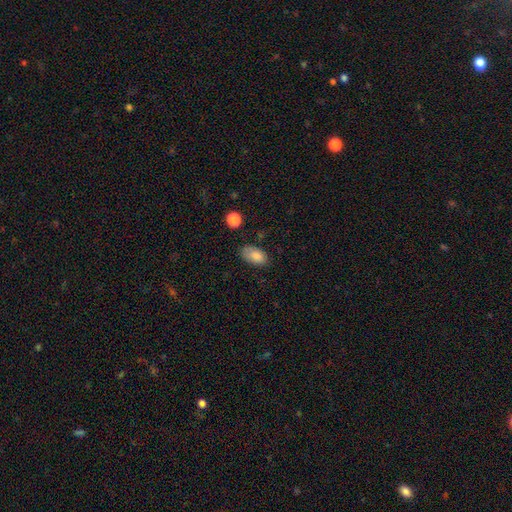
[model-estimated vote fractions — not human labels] Q: Smooth or featured?
A: smooth (82%); runner-up: featured or disk (10%)
Q: How rounded?
A: in between (92%); runner-up: round (6%)
Q: Merging?
A: none (69%); runner-up: minor disturbance (23%)